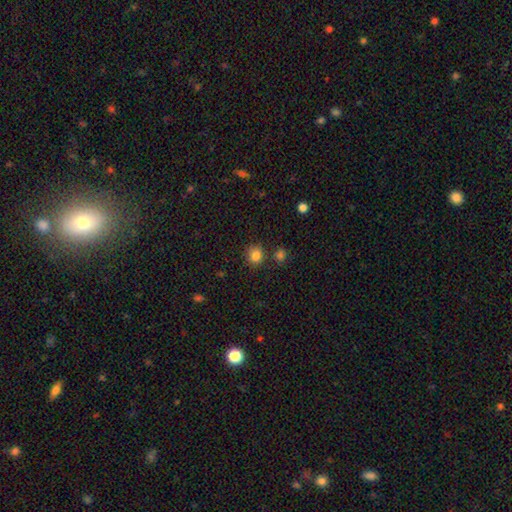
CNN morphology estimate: This appears to be a smooth galaxy with no disk features (83%) that is round (83%). Merging: none (79%).